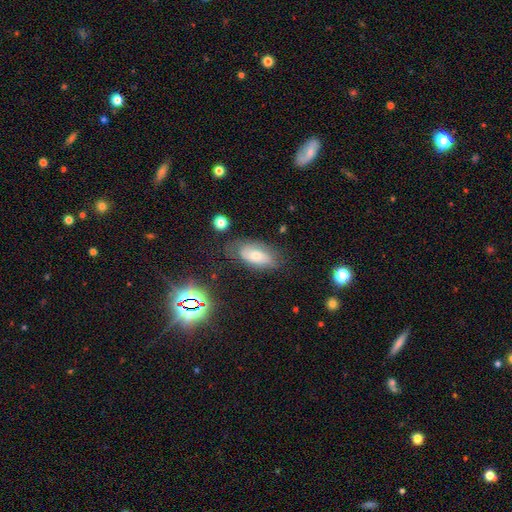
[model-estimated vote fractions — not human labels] The model was most divided on "smooth or featured": smooth: 53%, featured or disk: 36%, star or artifact: 11%. More confident: how rounded — in between (90%); merging — none (61%).